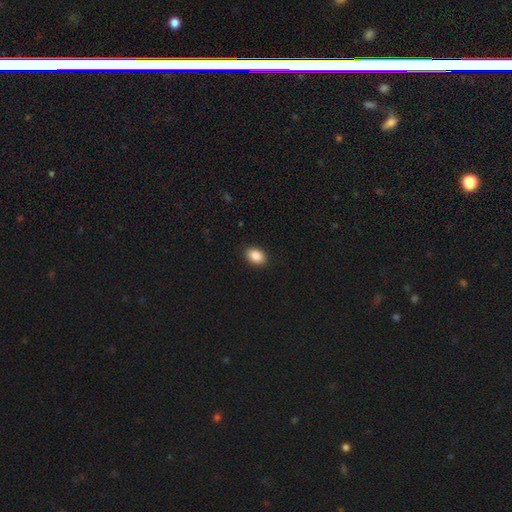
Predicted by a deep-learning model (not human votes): Smooth or featured? Predicted: smooth (p=0.87). How rounded? Predicted: in between (p=0.81). Merging? Predicted: none (p=0.90).